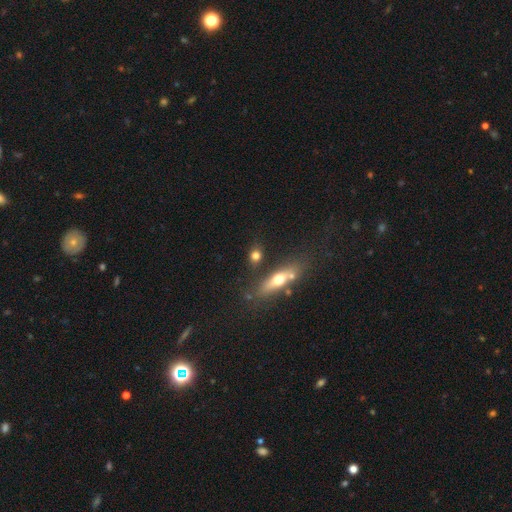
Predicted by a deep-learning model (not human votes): Smooth or featured: smooth — 68% (featured or disk — 20%)
How rounded: round — 43% (in between — 41%)
Merging: none — 70% (merger — 13%)